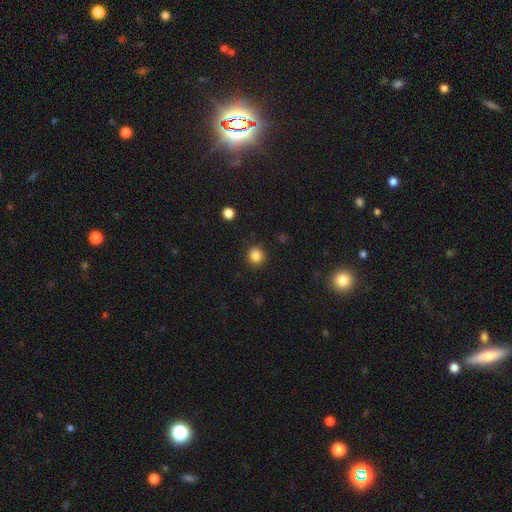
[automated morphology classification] smooth 85%, star or artifact 11%, featured or disk 4%. Down the decision tree: how rounded — round (86%); merging — none (89%).